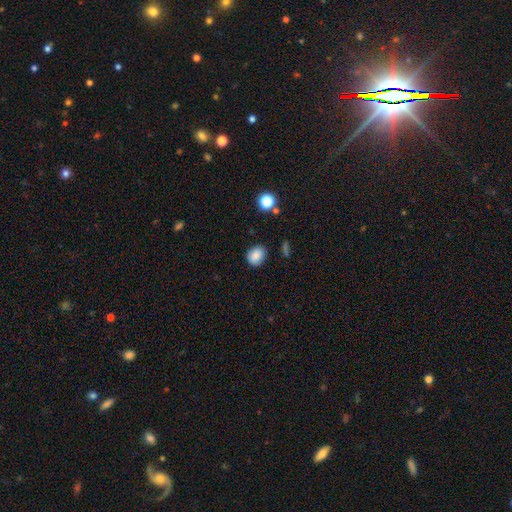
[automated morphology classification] This appears to be a smooth galaxy with no disk features (84%) that is round (52%). Merging: none (80%).